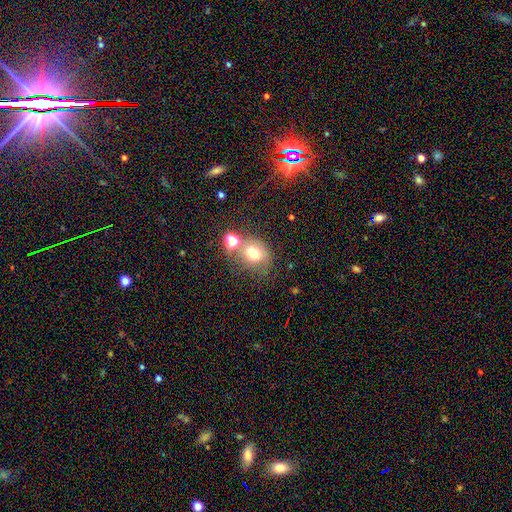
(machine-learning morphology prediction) Smooth or featured?
  - smooth: 69% *
  - featured or disk: 16%
  - star or artifact: 15%
How rounded?
  - round: 59% *
  - in between: 40%
  - cigar-shaped: 1%
Merging?
  - none: 52% *
  - merger: 24%
  - minor disturbance: 16%
  - major disturbance: 8%